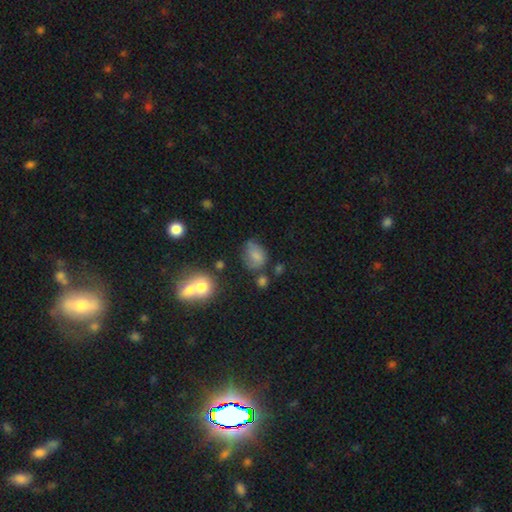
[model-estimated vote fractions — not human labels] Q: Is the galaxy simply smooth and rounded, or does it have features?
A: smooth — 66%.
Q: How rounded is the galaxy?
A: in between — 57%.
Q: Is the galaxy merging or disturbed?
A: none — 46%.